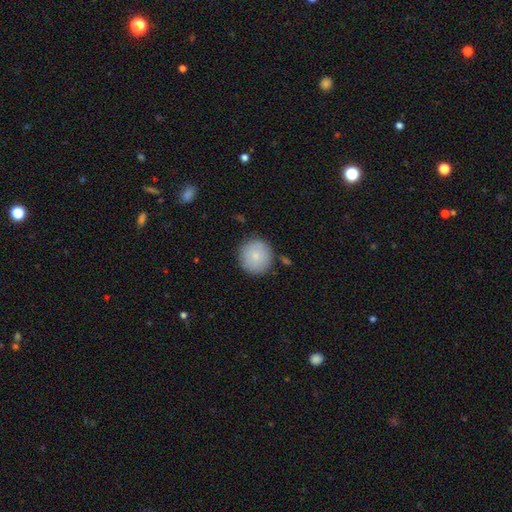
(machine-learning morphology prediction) A smooth galaxy with no disk features (82%) that is round (95%). Merging: none (86%).